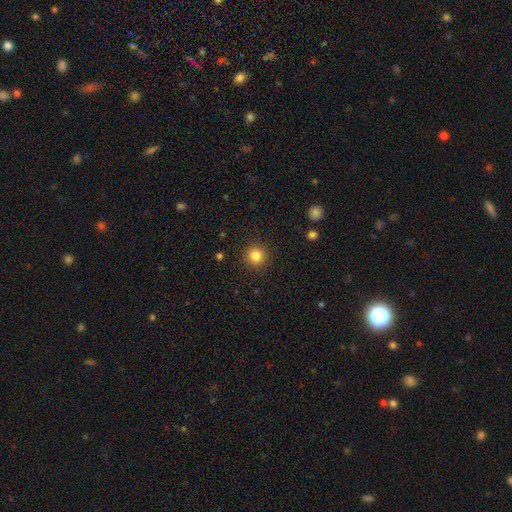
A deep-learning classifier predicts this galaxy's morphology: smooth-or-featured: smooth: 84% | star or artifact: 11% | featured or disk: 5%
  how-rounded: round: 94% | in between: 5% | cigar-shaped: 1%
  merging: none: 92% | minor disturbance: 5% | major disturbance: 2% | merger: 1%